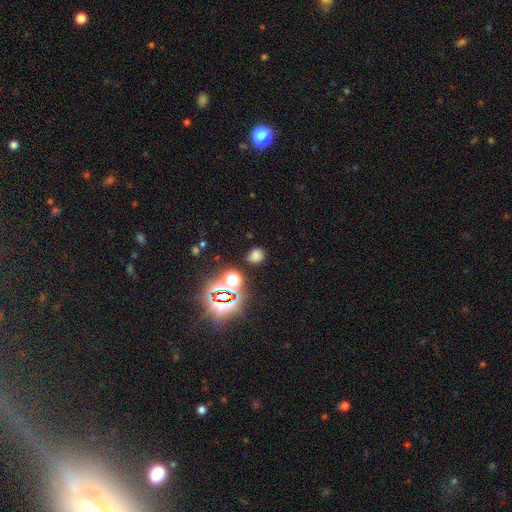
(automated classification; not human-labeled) Smooth or featured?
  - smooth: 65% *
  - star or artifact: 28%
  - featured or disk: 7%
How rounded?
  - round: 69% *
  - in between: 30%
  - cigar-shaped: 1%
Merging?
  - none: 82% *
  - minor disturbance: 11%
  - major disturbance: 4%
  - merger: 4%